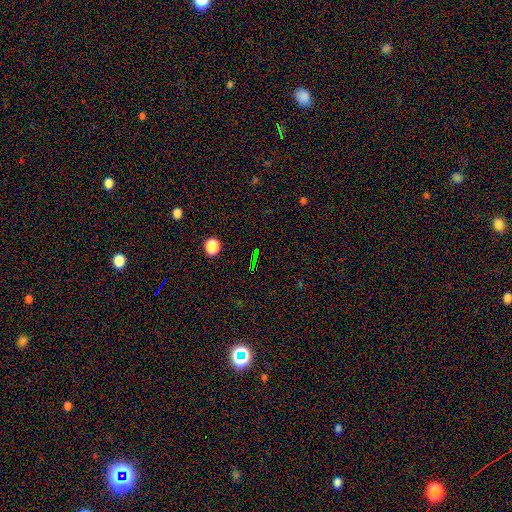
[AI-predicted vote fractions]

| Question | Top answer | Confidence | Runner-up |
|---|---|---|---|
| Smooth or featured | star or artifact | 68% | smooth (21%) |